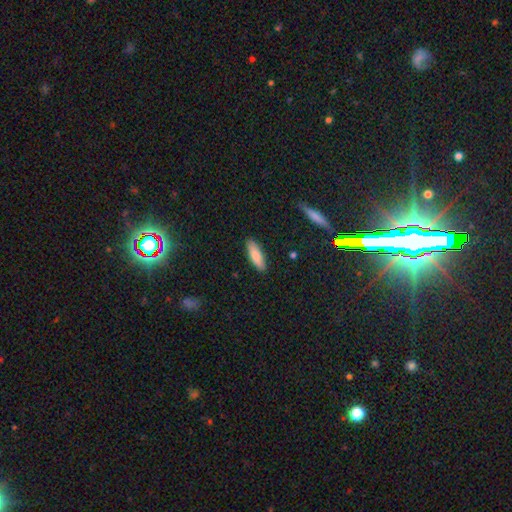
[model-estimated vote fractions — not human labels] This is clearly a smooth galaxy (83%). How rounded: possibly in between (55%). Merging: clearly none (88%).